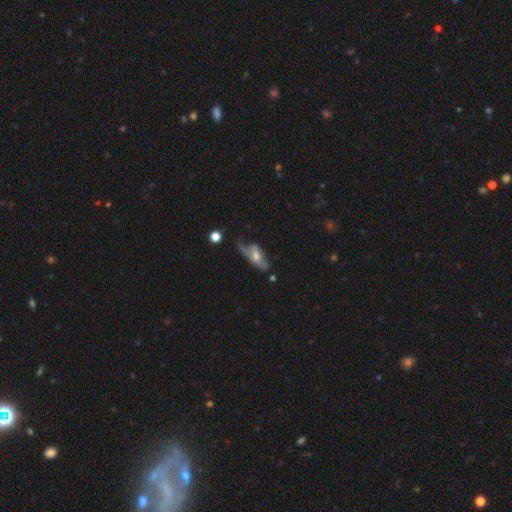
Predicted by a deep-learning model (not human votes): Overall: featured or disk (52%; smooth 40%). Edge-on disk: no (66%; yes 34%). Merging: none (33%; minor disturbance 31%).